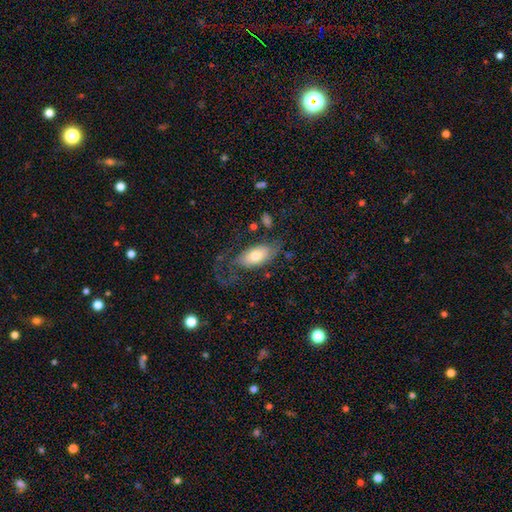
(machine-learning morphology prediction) A smooth galaxy with no disk features (54%) that is in between round and cigar-shaped (88%).

Vote fractions:
- Smooth or featured? smooth: 54% / featured or disk: 39% / star or artifact: 7%
- How rounded? in between: 88% / cigar-shaped: 8% / round: 4%
- Merging? none: 43% / major disturbance: 34% / minor disturbance: 20% / merger: 3%